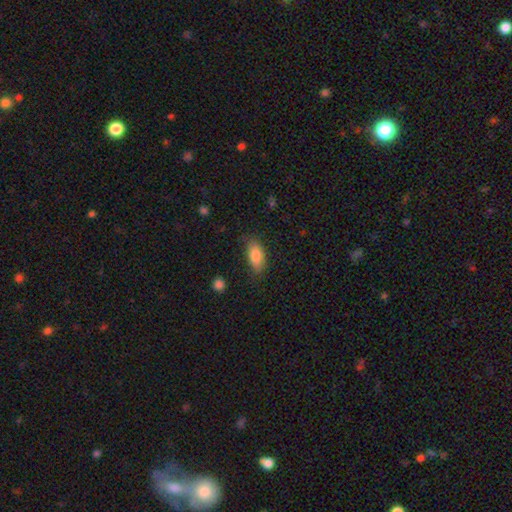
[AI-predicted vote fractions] A smooth galaxy with no disk features (83%) that is in between round and cigar-shaped (87%). Merging: none (76%).